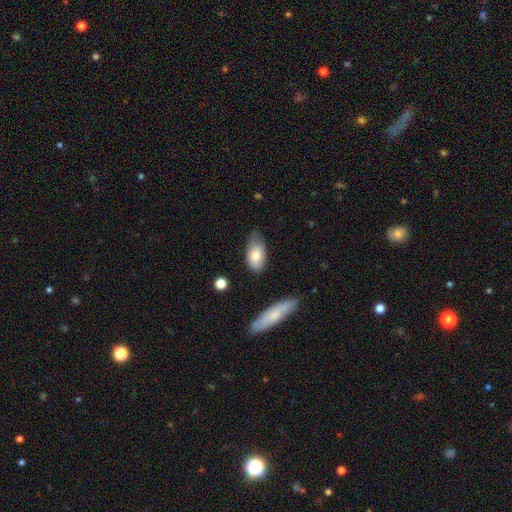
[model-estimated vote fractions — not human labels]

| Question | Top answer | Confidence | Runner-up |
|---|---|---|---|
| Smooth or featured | smooth | 74% | featured or disk (19%) |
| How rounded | in between | 92% | round (4%) |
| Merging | none | 52% | minor disturbance (36%) |